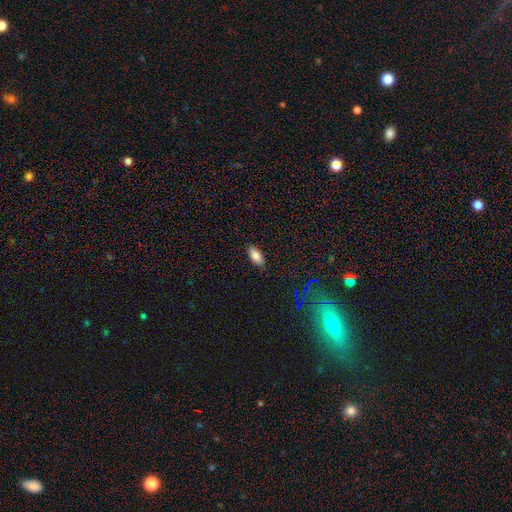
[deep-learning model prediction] This is clearly a smooth galaxy (83%). How rounded: clearly in between (89%). Merging: clearly none (88%).